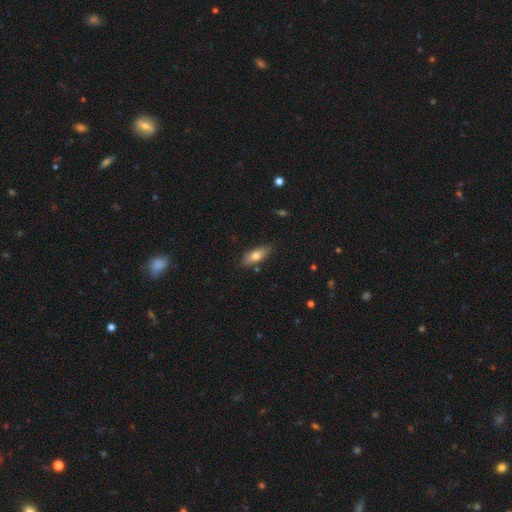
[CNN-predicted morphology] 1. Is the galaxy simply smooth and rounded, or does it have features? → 72% smooth, 21% featured or disk, 7% star or artifact.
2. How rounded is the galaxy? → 70% in between, 26% cigar-shaped, 3% round.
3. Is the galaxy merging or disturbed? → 82% none, 13% minor disturbance, 2% major disturbance, 2% merger.